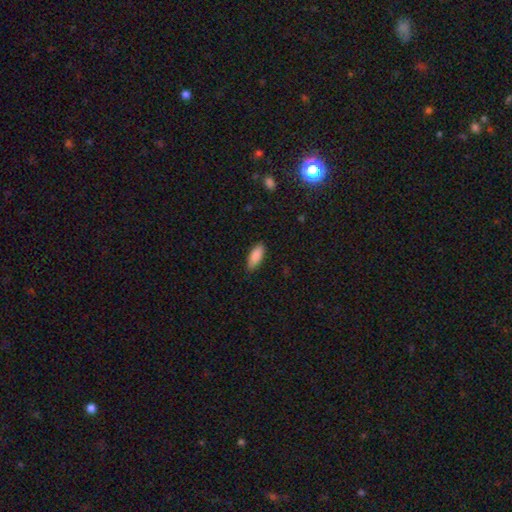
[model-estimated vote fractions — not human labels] The model was most divided on "how rounded": in between: 78%, cigar-shaped: 20%, round: 2%. More confident: smooth or featured — smooth (89%); merging — none (83%).